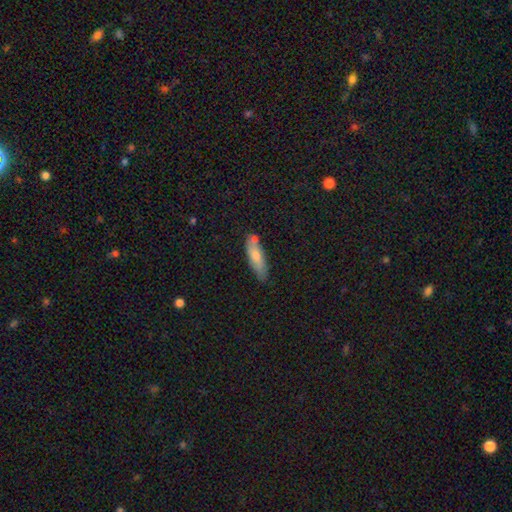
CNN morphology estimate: Overall: smooth (75%). How rounded: cigar-shaped (54%; in between 44%). Merging: none (66%).